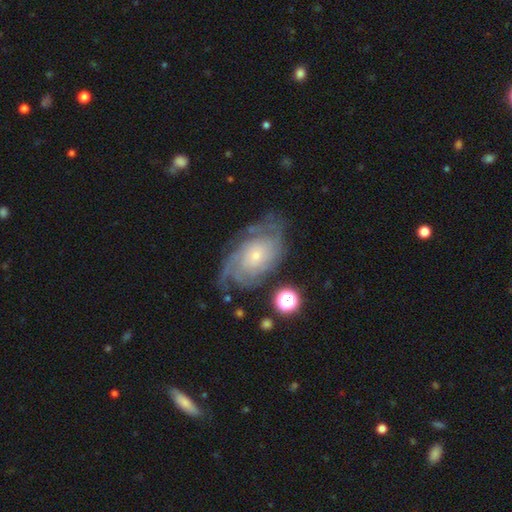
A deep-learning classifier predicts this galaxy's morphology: smooth-or-featured: featured or disk: 82% | smooth: 11% | star or artifact: 7%
  disk-edge-on: no: 96% | yes: 4%
    bar: no: 78% | weak: 19% | strong: 4%
    has-spiral-arms: yes: 94% | no: 6%
      spiral-winding: tight: 64% | medium: 28% | loose: 8%
      spiral-arm-count: can't tell: 41% | 2: 16% | 3: 15% | 4: 15% | more than 4: 8% | 1: 6%
    bulge-size: small: 78% | moderate: 17% | none: 2% | large: 2% | dominant: 1%
  merging: none: 65% | minor disturbance: 20% | major disturbance: 12% | merger: 3%